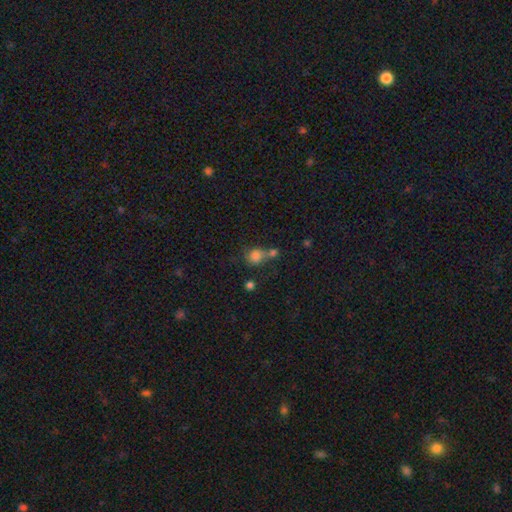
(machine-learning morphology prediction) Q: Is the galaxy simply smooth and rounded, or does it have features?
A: smooth — 78%.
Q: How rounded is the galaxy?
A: round — 77%.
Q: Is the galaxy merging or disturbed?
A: merger — 43%.